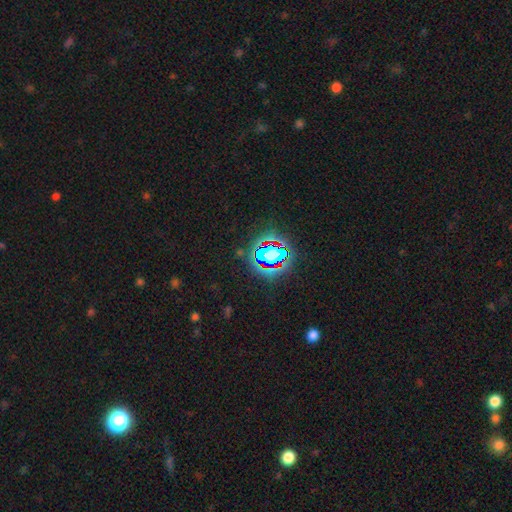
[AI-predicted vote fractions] A star or artifact, not a galaxy (81%).